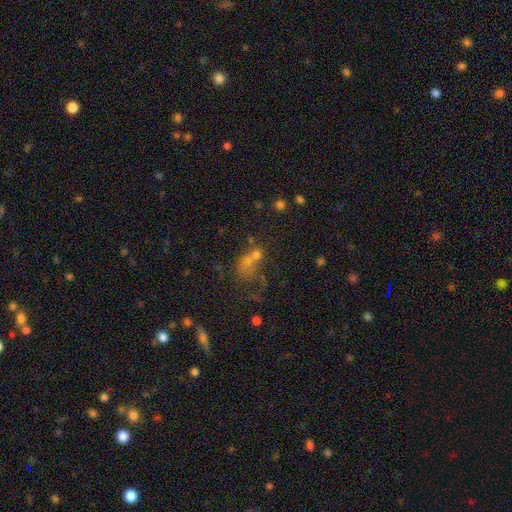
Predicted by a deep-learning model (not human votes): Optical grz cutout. It shows a smooth galaxy with no disk features (49%). Merging: merger (40%).